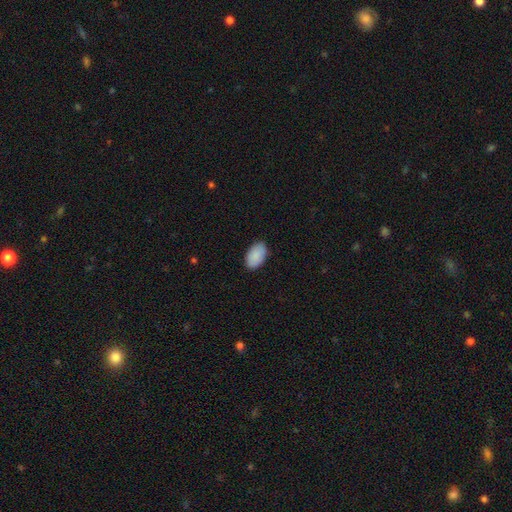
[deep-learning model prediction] A smooth galaxy with no disk features (90%) that is in between round and cigar-shaped (94%). Merging: none (88%).